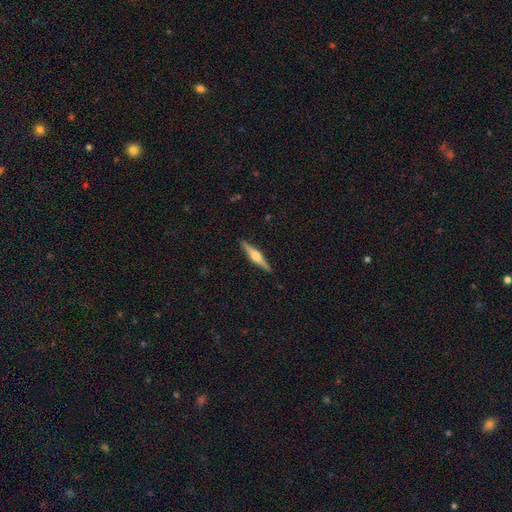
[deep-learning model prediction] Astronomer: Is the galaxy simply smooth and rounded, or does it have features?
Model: featured or disk — 77%.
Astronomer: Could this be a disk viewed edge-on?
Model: yes — 98%.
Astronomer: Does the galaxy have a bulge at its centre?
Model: rounded — 93%.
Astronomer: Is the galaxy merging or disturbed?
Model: none — 92%.